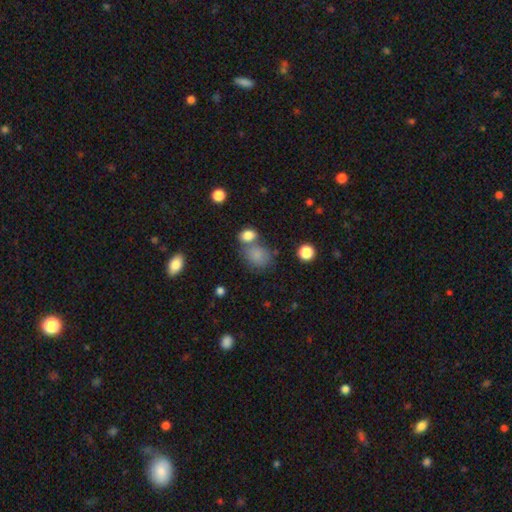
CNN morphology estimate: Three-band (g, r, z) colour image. It shows a smooth galaxy with no disk features (81%) that is in between round and cigar-shaped (51%). Merging: none (49%).